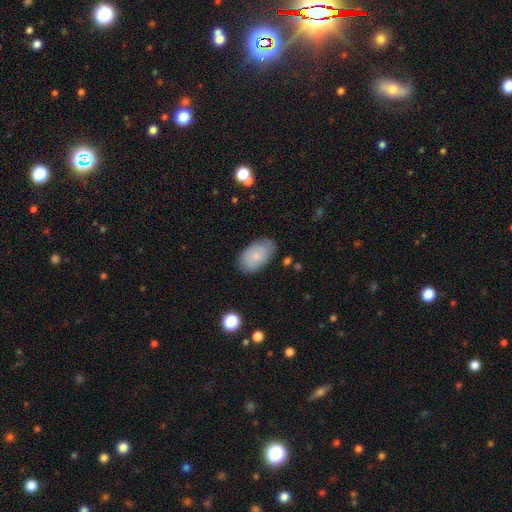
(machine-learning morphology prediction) type=smooth (69%); roundness=in between (92%); merging=none (76%).